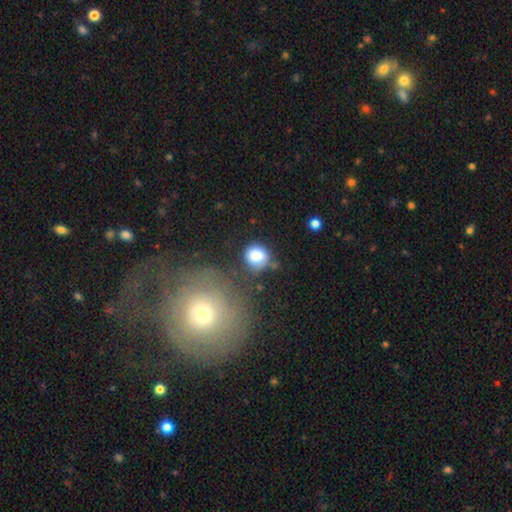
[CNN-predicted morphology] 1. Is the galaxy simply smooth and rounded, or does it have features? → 82% smooth, 9% star or artifact, 9% featured or disk.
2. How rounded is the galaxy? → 81% round, 18% in between, 1% cigar-shaped.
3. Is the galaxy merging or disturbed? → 64% none, 18% minor disturbance, 10% merger, 7% major disturbance.